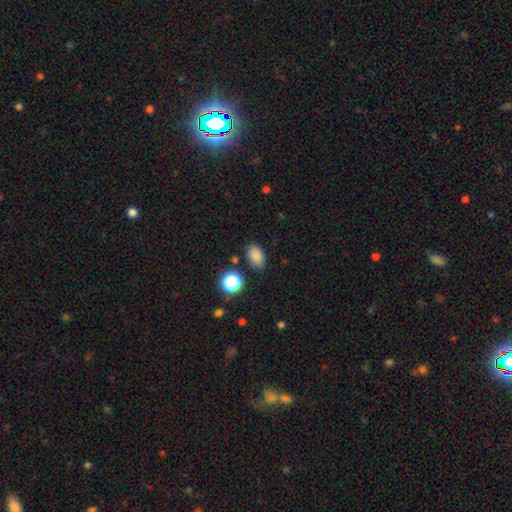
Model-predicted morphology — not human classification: A smooth galaxy with no disk features (84%) that is in between round and cigar-shaped (86%). Merging: none (82%).